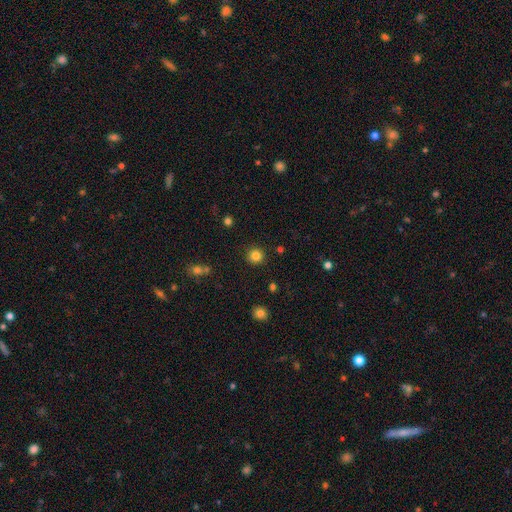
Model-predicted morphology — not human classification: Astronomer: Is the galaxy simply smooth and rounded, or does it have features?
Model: smooth — 84%.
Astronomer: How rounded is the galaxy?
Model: round — 94%.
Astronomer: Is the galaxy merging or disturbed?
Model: none — 91%.